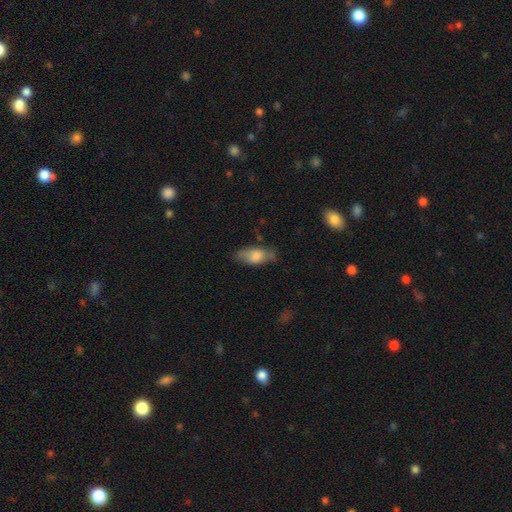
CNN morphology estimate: Smooth or featured? smooth (71%)
How rounded? in between (80%)
Merging? none (68%)